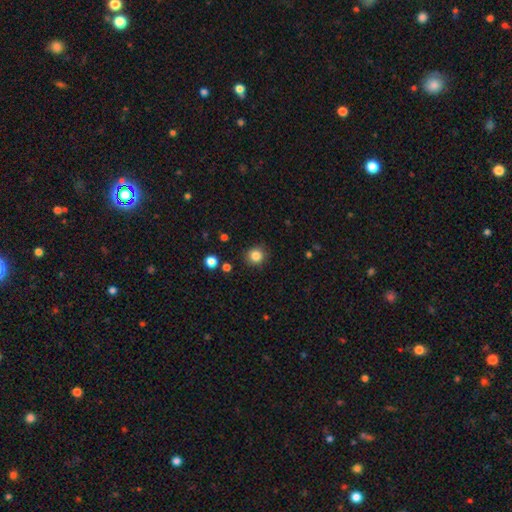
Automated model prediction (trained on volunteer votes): The model was most divided on "smooth or featured": smooth: 85%, star or artifact: 11%, featured or disk: 4%. More confident: how rounded — round (91%); merging — none (88%).